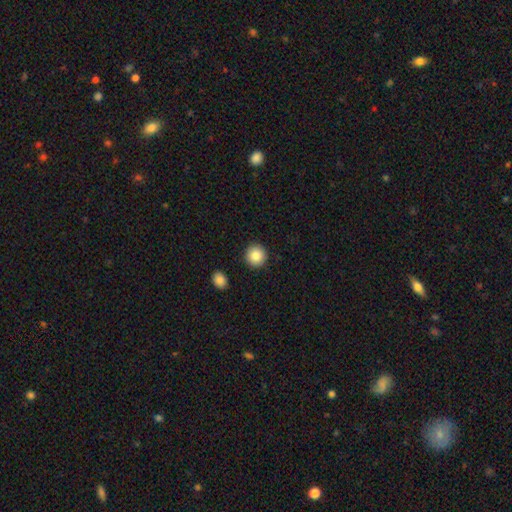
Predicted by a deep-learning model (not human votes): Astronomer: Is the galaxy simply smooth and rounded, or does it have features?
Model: smooth — 86%.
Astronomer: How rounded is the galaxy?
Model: round — 94%.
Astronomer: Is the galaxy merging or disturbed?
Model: none — 92%.